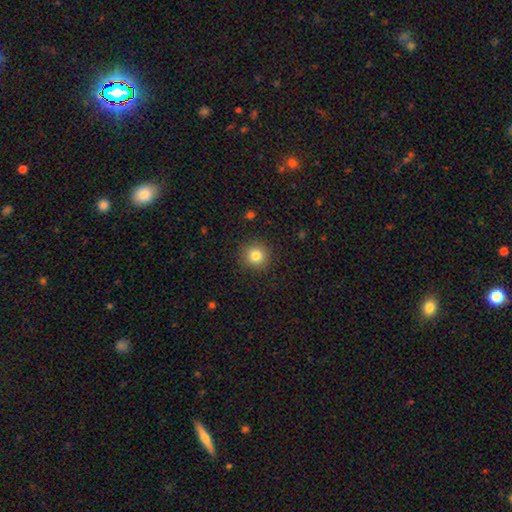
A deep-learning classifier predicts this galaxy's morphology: Smooth or featured: smooth — 81% (star or artifact — 12%)
How rounded: round — 94% (in between — 5%)
Merging: none — 91% (minor disturbance — 6%)